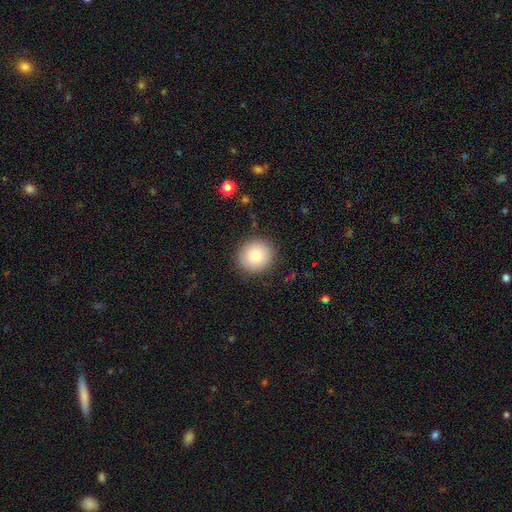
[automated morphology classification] A smooth galaxy with no disk features (80%) that is round (90%). Merging: none (89%).